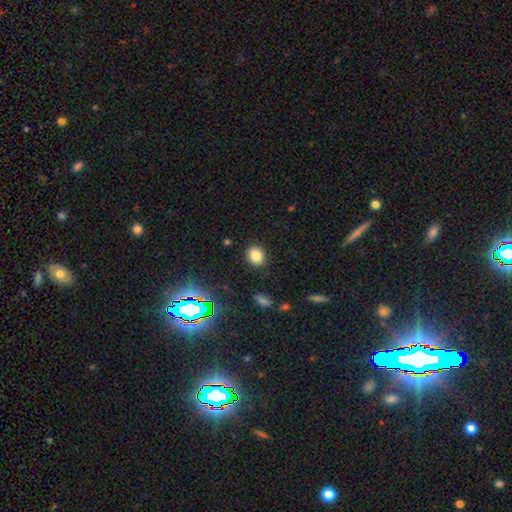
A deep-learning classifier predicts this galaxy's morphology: Q: Smooth or featured?
A: smooth (79%); runner-up: star or artifact (14%)
Q: How rounded?
A: round (69%); runner-up: in between (30%)
Q: Merging?
A: none (88%); runner-up: minor disturbance (8%)